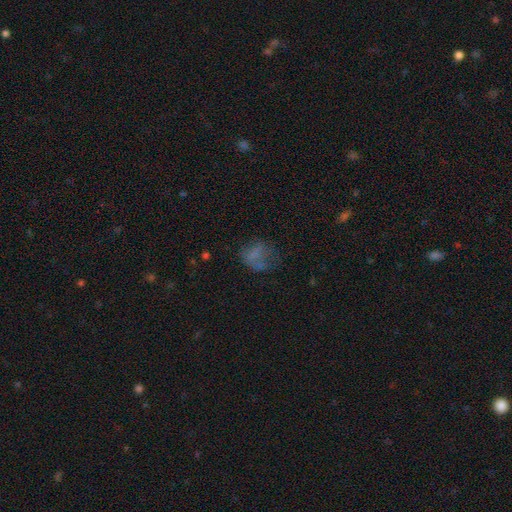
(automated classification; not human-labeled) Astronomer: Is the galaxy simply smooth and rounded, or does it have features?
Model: smooth — 59%.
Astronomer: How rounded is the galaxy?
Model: in between — 51% (runner-up: round, 48%).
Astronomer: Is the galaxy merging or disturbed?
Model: none — 38% (runner-up: major disturbance, 35%).